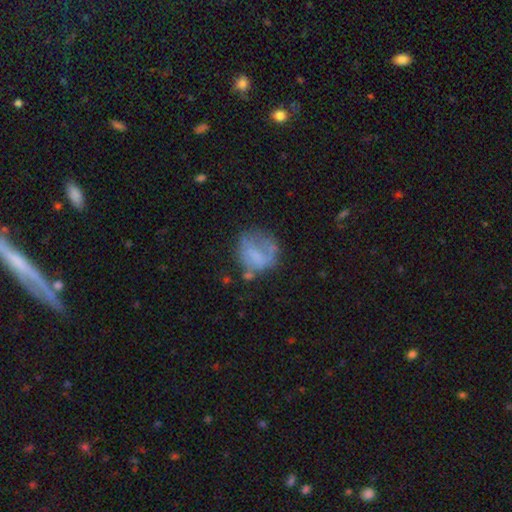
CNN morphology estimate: A smooth galaxy with no disk features (52%) that is round (69%). Merging: none (41%).